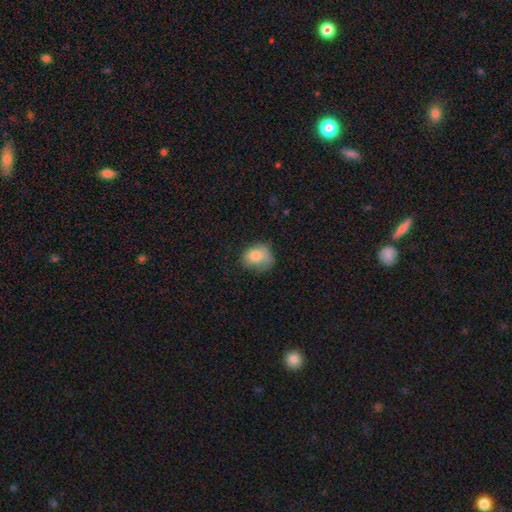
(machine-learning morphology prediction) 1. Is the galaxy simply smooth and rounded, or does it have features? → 76% smooth, 15% featured or disk, 9% star or artifact.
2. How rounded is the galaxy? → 53% in between, 46% round, 1% cigar-shaped.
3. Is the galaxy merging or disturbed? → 40% none, 34% minor disturbance, 22% major disturbance, 3% merger.